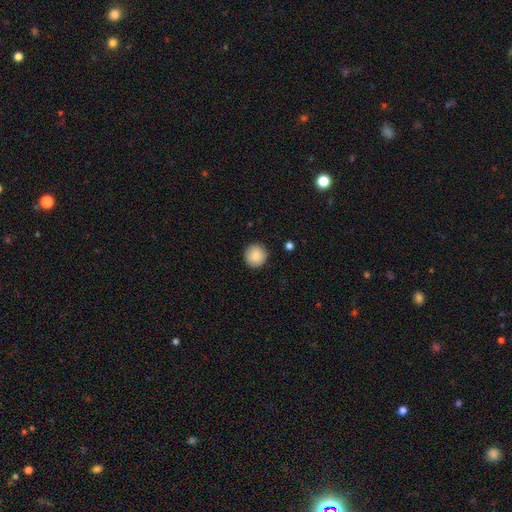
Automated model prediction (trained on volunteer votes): Morphology: type=smooth (87%); roundness=round (95%); merging=none (91%).